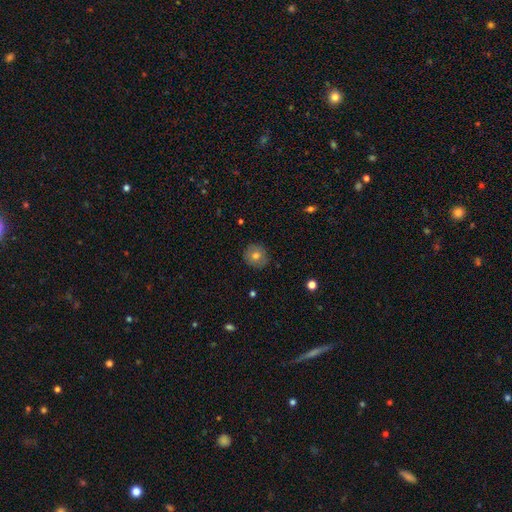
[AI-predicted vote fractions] Smooth or featured: smooth — 74% (featured or disk — 16%)
How rounded: round — 92% (in between — 7%)
Merging: none — 89% (minor disturbance — 8%)